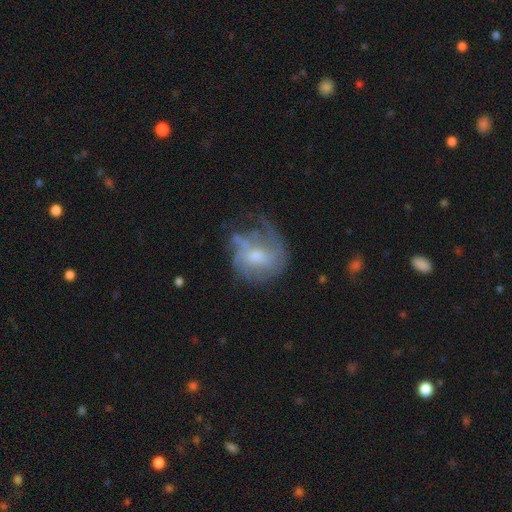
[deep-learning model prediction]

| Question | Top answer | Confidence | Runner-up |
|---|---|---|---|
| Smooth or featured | featured or disk | 64% | smooth (27%) |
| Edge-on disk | no | 97% | yes (3%) |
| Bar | no | 55% | weak (38%) |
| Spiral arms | yes | 72% | no (28%) |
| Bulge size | moderate | 52% | small (31%) |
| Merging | none | 41% | major disturbance (32%) |